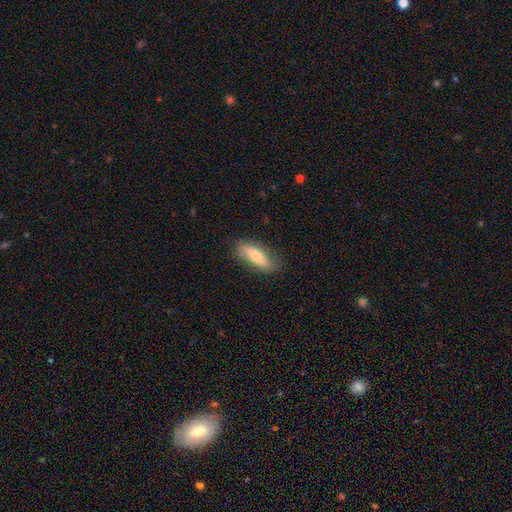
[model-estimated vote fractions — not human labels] This is likely a smooth galaxy (64%). How rounded: likely in between (65%). Merging: likely none (79%).